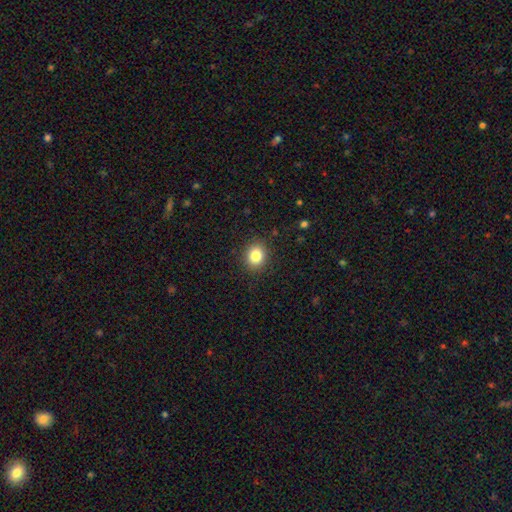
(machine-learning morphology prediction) This appears to be a smooth galaxy with no disk features (84%) that is round (71%). Merging: none (89%).